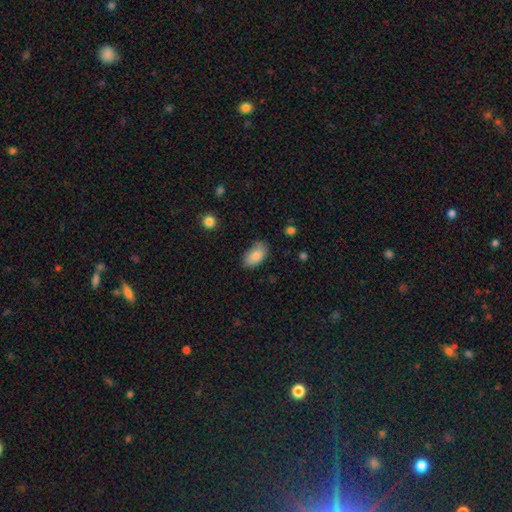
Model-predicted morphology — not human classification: Q: Smooth or featured?
A: smooth (85%); runner-up: featured or disk (8%)
Q: How rounded?
A: in between (93%); runner-up: round (5%)
Q: Merging?
A: none (73%); runner-up: minor disturbance (21%)